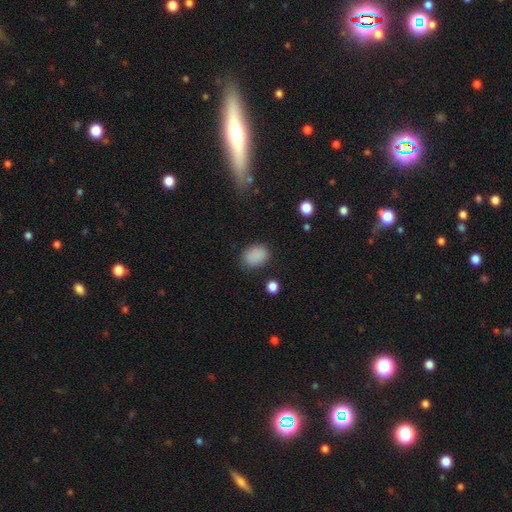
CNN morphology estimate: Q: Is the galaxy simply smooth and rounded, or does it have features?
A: smooth — 87%.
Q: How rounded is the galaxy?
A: in between — 62%.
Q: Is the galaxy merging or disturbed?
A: none — 82%.